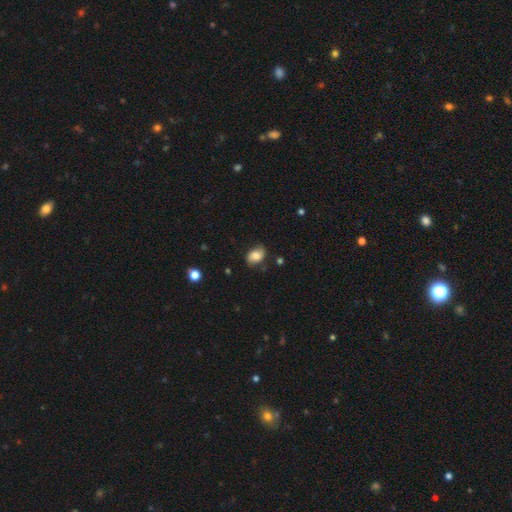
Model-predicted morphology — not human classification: Smooth or featured: smooth — 66% (featured or disk — 25%)
How rounded: in between — 80% (round — 19%)
Merging: none — 73% (minor disturbance — 20%)